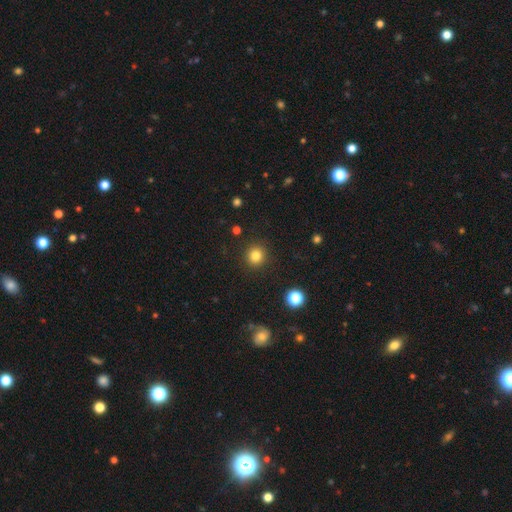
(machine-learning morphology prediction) This is clearly a smooth galaxy (82%). How rounded: clearly round (92%). Merging: clearly none (92%).